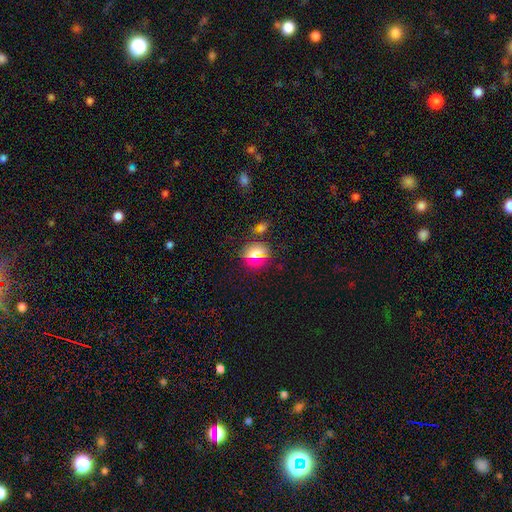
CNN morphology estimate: Smooth or featured? smooth (66%)
How rounded? round (78%)
Merging? none (83%)